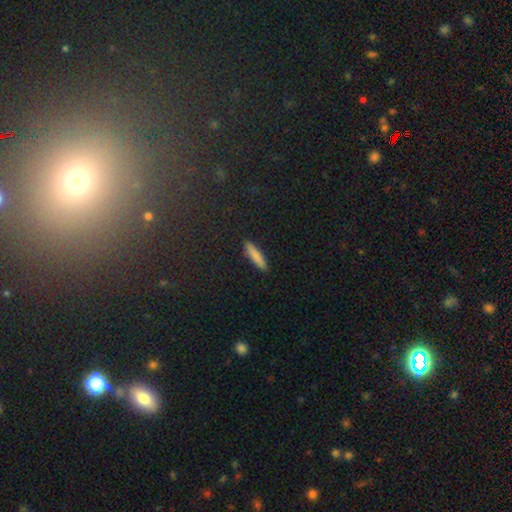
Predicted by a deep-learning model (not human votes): Smooth or featured? smooth (84%)
How rounded? cigar-shaped (86%)
Merging? none (91%)